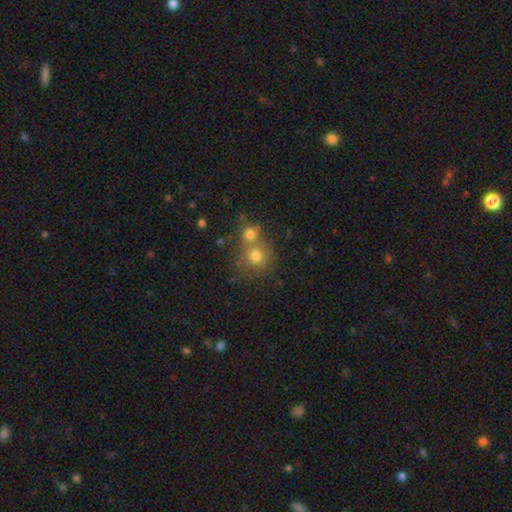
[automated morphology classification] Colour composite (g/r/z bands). It shows a smooth galaxy with no disk features (73%) that is round (88%). Merging: none (49%).